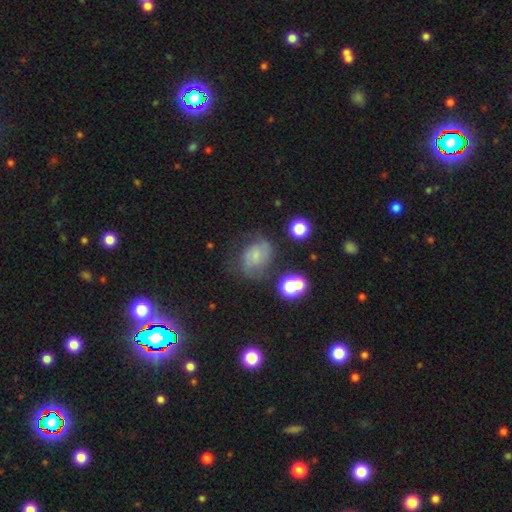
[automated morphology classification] smooth-or-featured: smooth: 45% | featured or disk: 40% | star or artifact: 15%
  merging: none: 49% | minor disturbance: 28% | major disturbance: 18% | merger: 5%